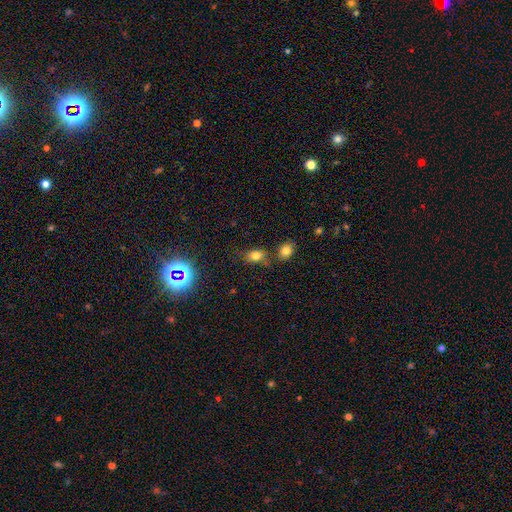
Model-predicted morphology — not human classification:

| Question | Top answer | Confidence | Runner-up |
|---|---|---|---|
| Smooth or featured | smooth | 75% | star or artifact (16%) |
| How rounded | in between | 76% | round (22%) |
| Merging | none | 65% | minor disturbance (16%) |